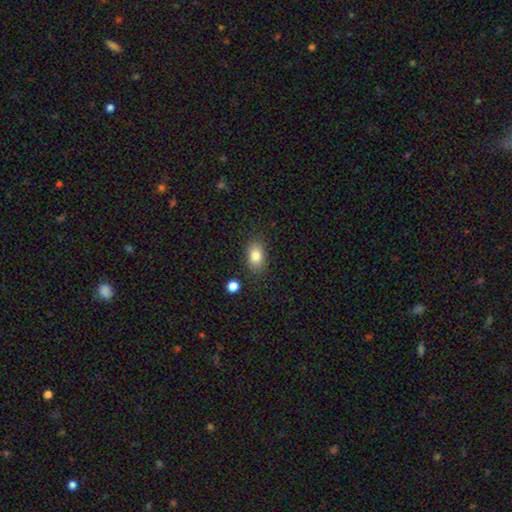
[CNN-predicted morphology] Smooth or featured: smooth — 83% (featured or disk — 9%)
How rounded: in between — 86% (round — 12%)
Merging: none — 83% (minor disturbance — 11%)